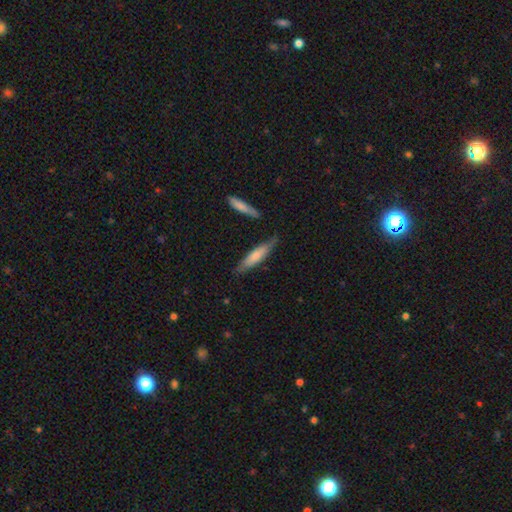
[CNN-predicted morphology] Q: Smooth or featured?
A: smooth (67%); runner-up: featured or disk (28%)
Q: How rounded?
A: cigar-shaped (81%); runner-up: in between (18%)
Q: Merging?
A: none (77%); runner-up: minor disturbance (16%)